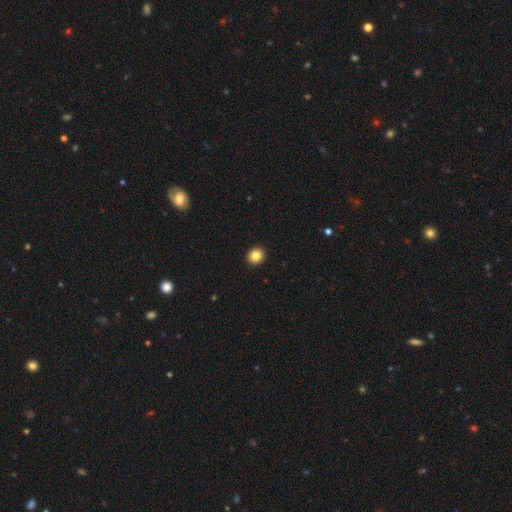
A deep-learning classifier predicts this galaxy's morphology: Smooth or featured? smooth (84%)
How rounded? round (85%)
Merging? none (94%)